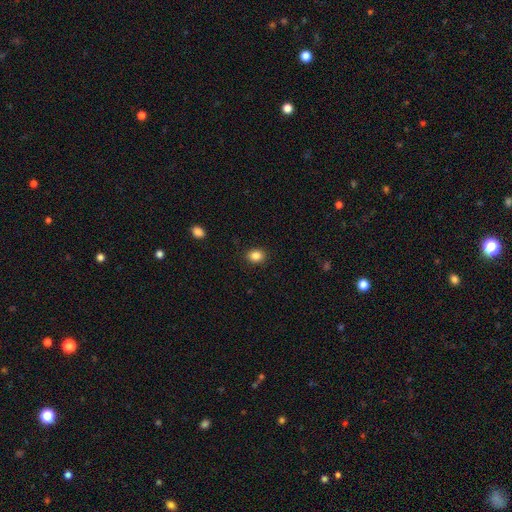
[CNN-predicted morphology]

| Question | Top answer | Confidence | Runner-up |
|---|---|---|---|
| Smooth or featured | smooth | 87% | star or artifact (10%) |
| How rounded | in between | 52% | round (47%) |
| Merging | none | 90% | minor disturbance (7%) |